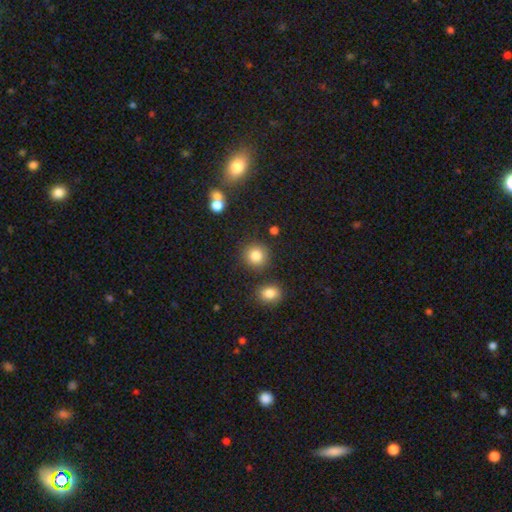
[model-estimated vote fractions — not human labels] This is clearly a smooth galaxy (84%). How rounded: clearly round (90%). Merging: clearly none (84%).